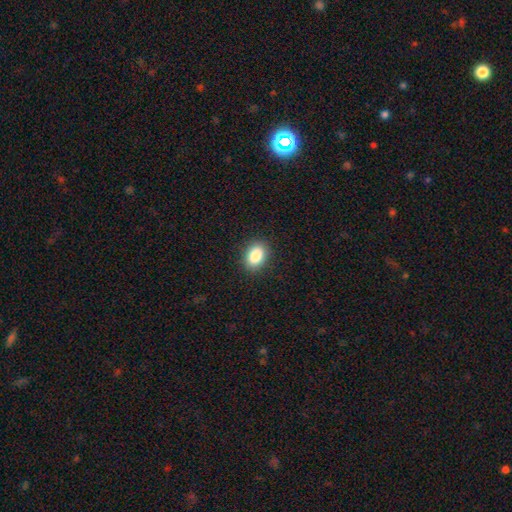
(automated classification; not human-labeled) A smooth galaxy with no disk features (87%) that is in between round and cigar-shaped (81%).

Vote fractions:
- Smooth or featured? smooth: 87% / star or artifact: 8% / featured or disk: 5%
- How rounded? in between: 81% / round: 17% / cigar-shaped: 1%
- Merging? none: 89% / minor disturbance: 8% / major disturbance: 2% / merger: 1%